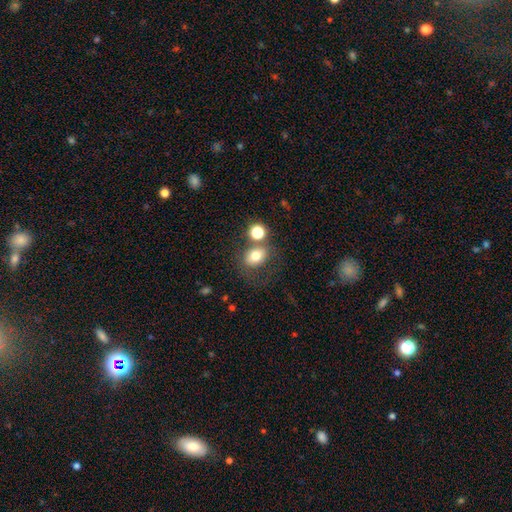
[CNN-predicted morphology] Smooth or featured: smooth — 74% (featured or disk — 13%)
How rounded: in between — 56% (round — 42%)
Merging: none — 54% (merger — 24%)